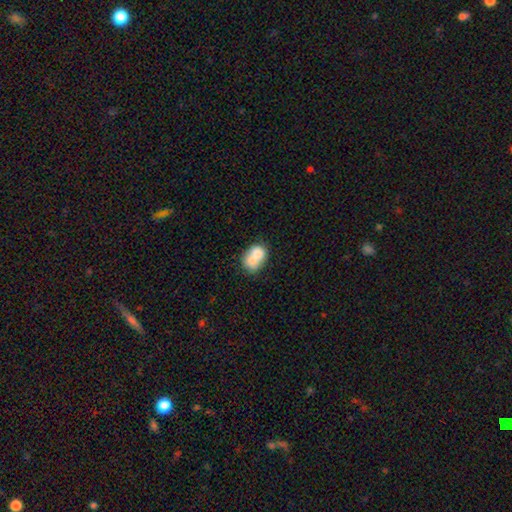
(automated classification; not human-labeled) This is likely a smooth galaxy (73%). How rounded: likely in between (65%). Merging: possibly merger (56%).